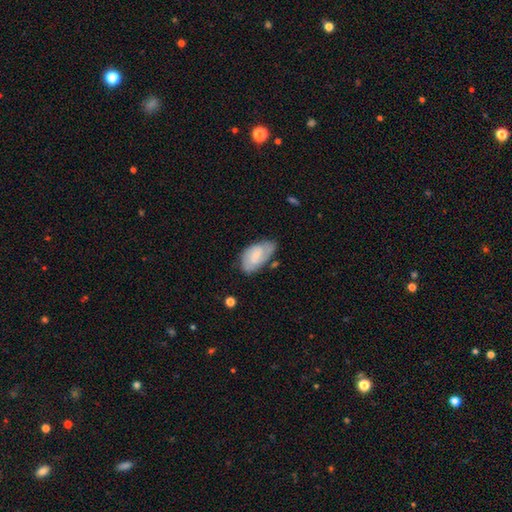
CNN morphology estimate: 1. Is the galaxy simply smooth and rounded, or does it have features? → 47% smooth, 46% featured or disk, 7% star or artifact.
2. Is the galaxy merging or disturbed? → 60% none, 28% minor disturbance, 8% major disturbance, 4% merger.